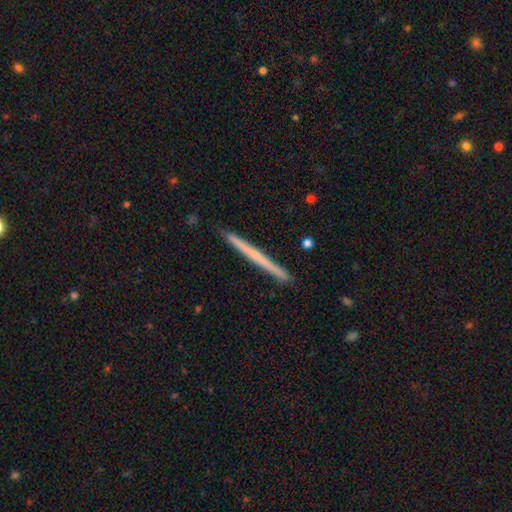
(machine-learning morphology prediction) Smooth or featured? Predicted: featured or disk (p=0.54). Edge-on disk? Predicted: yes (p=0.98). Edge-on bulge? Predicted: none (p=0.80). Merging? Predicted: none (p=0.92).